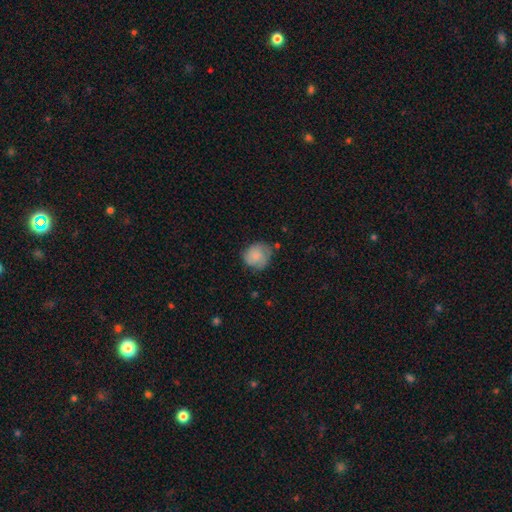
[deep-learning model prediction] This is likely a smooth galaxy (66%). How rounded: clearly round (82%). Merging: likely none (61%).